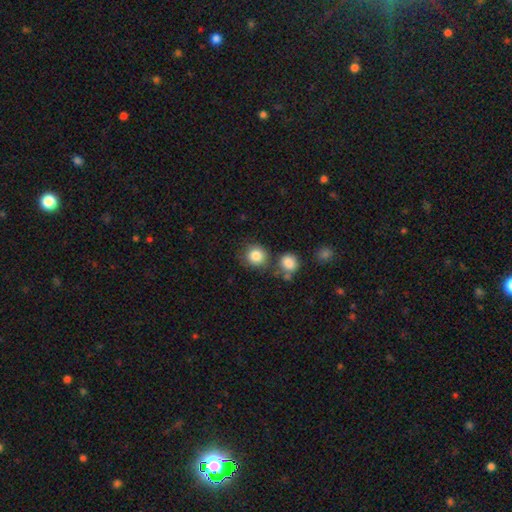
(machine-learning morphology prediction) smooth_or_featured: smooth (p=0.85) [alt: star or artifact p=0.09]
how_rounded: round (p=0.88) [alt: in between p=0.11]
merging: none (p=0.72) [alt: merger p=0.12]